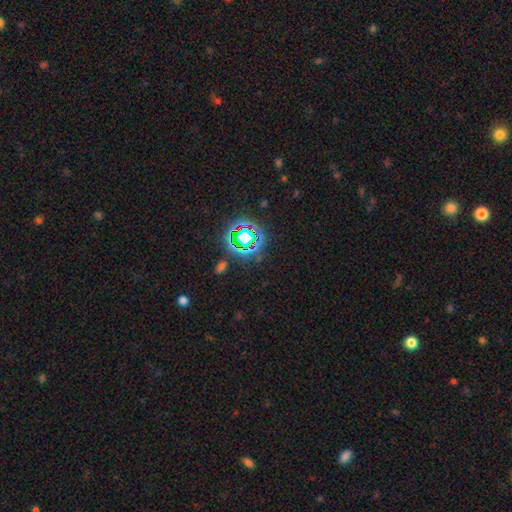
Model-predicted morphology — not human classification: Q: Smooth or featured?
A: star or artifact (76%); runner-up: smooth (16%)